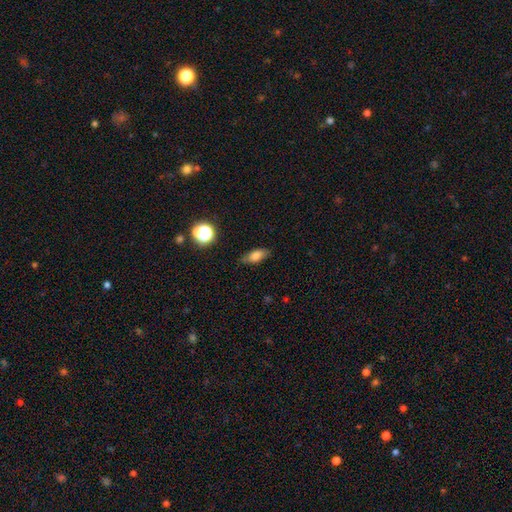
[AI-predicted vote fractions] Smooth or featured? Predicted: smooth (p=0.75). How rounded? Predicted: in between (p=0.77). Merging? Predicted: none (p=0.76).